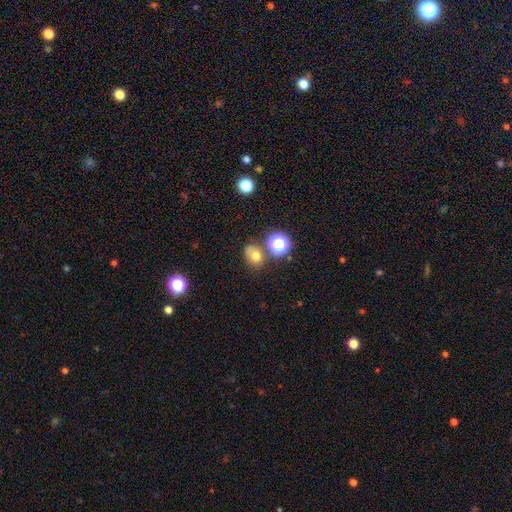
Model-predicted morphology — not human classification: Q: Smooth or featured?
A: smooth (70%); runner-up: star or artifact (19%)
Q: How rounded?
A: round (53%); runner-up: in between (46%)
Q: Merging?
A: none (65%); runner-up: minor disturbance (15%)